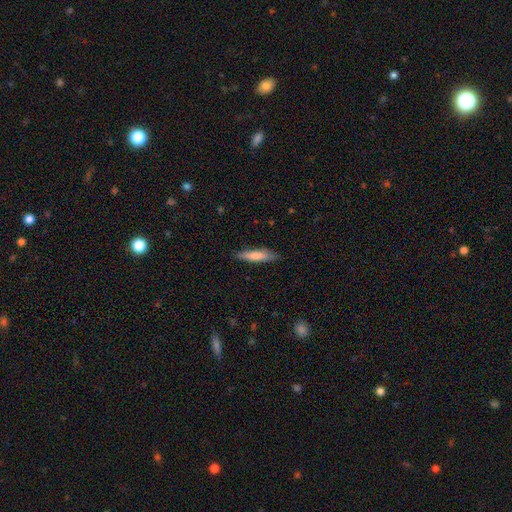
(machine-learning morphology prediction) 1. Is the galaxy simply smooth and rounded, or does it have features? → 76% smooth, 18% featured or disk, 6% star or artifact.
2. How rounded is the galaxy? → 84% cigar-shaped, 15% in between, 1% round.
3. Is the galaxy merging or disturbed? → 85% none, 12% minor disturbance, 2% major disturbance, 1% merger.